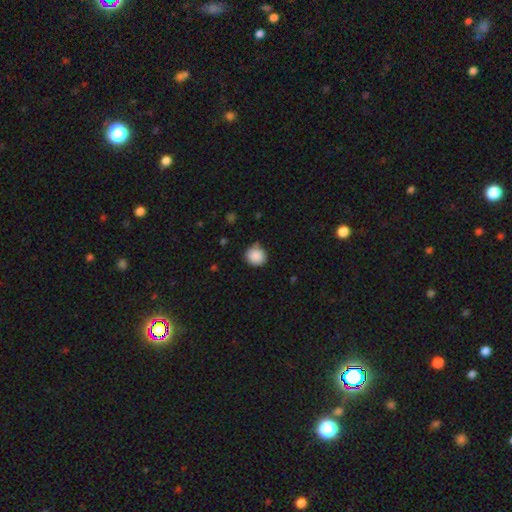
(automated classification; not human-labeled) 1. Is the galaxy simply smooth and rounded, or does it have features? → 88% smooth, 9% star or artifact, 3% featured or disk.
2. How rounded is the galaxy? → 91% round, 8% in between, 1% cigar-shaped.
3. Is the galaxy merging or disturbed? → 77% none, 17% minor disturbance, 3% major disturbance, 2% merger.